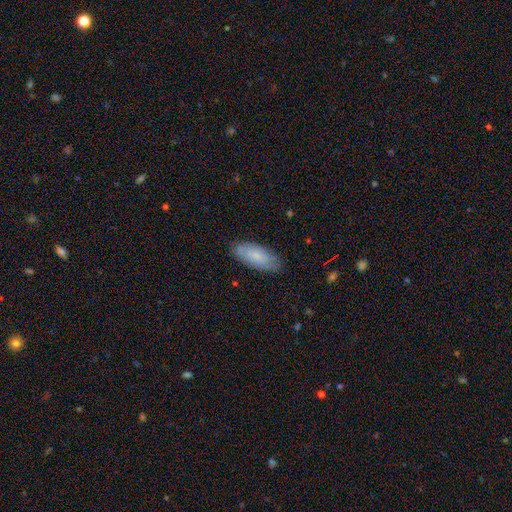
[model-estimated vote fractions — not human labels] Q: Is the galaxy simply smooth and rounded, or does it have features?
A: smooth — 80%.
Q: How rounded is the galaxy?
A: in between — 79%.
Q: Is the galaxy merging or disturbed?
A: none — 83%.